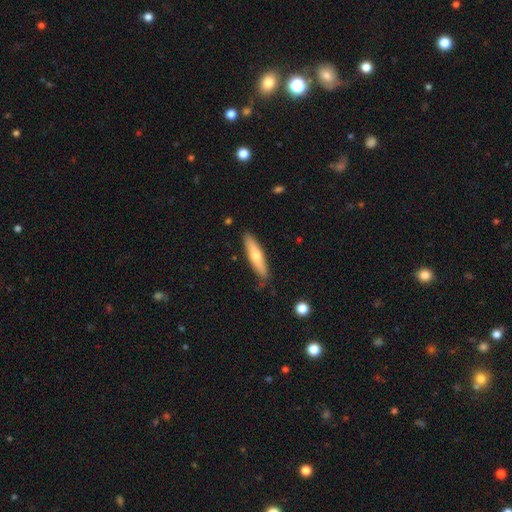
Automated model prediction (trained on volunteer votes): Morphology: type=smooth (60%); roundness=cigar-shaped (78%); merging=none (79%).